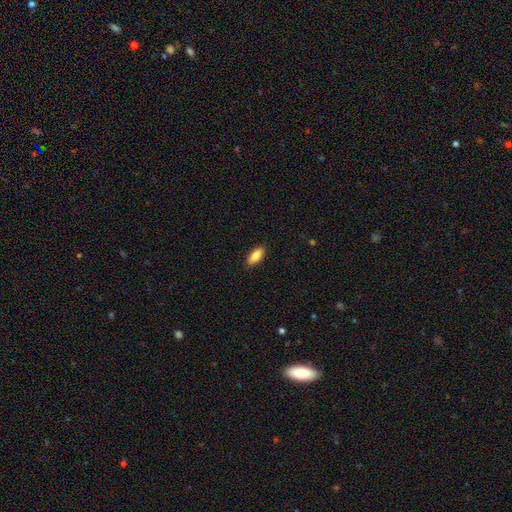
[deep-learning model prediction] This appears to be a smooth galaxy with no disk features (87%) that is in between round and cigar-shaped (83%). Merging: none (89%).